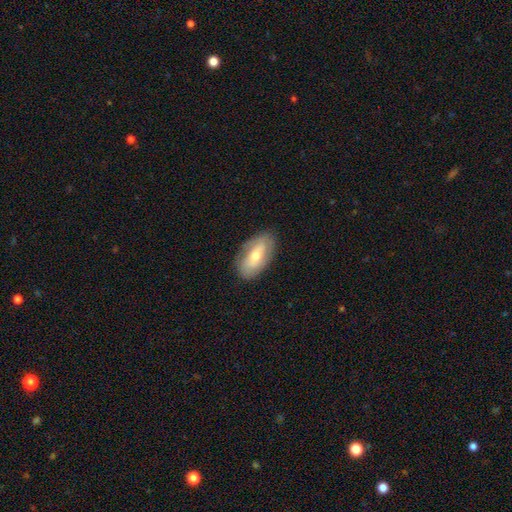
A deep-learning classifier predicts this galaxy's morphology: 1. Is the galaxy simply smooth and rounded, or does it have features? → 49% featured or disk, 44% smooth, 7% star or artifact.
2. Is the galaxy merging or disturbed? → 82% none, 14% minor disturbance, 4% major disturbance, 1% merger.